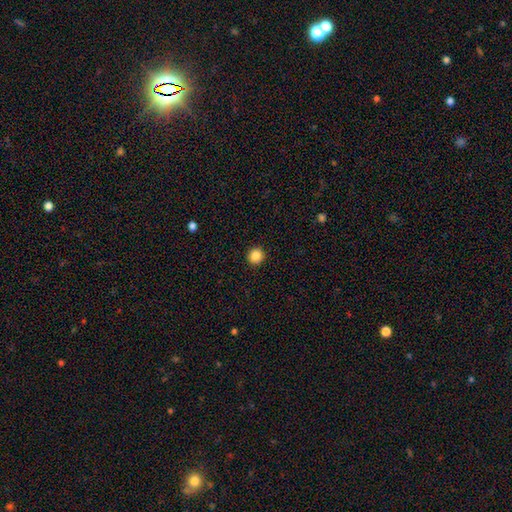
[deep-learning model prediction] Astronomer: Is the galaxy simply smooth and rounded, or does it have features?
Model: smooth — 87%.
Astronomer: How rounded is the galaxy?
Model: round — 95%.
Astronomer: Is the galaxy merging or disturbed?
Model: none — 93%.